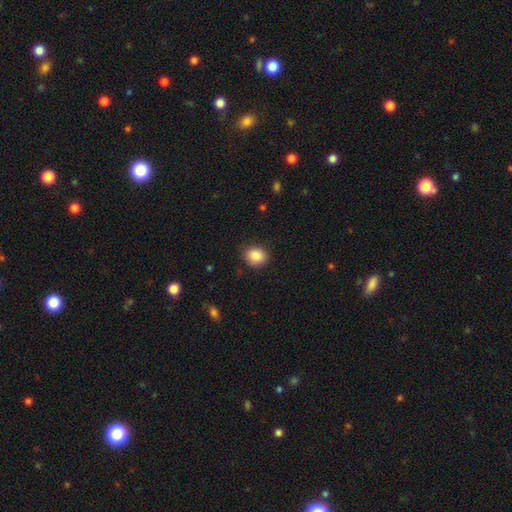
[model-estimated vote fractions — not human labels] Morphology: type=smooth (88%); roundness=round (63%); merging=none (85%).